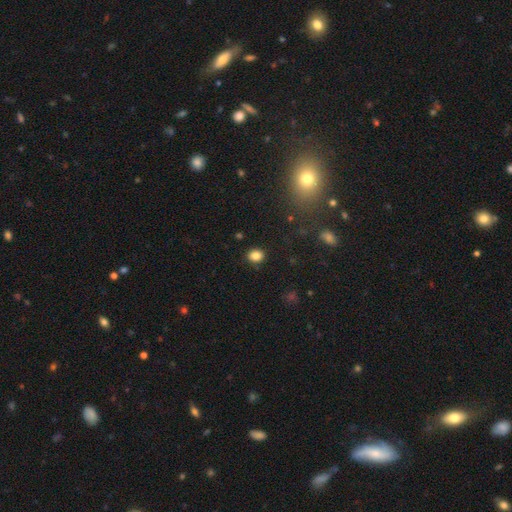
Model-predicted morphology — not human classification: smooth-or-featured: smooth: 84% | star or artifact: 11% | featured or disk: 5%
  how-rounded: round: 61% | in between: 38% | cigar-shaped: 1%
  merging: none: 88% | minor disturbance: 8% | major disturbance: 2% | merger: 1%